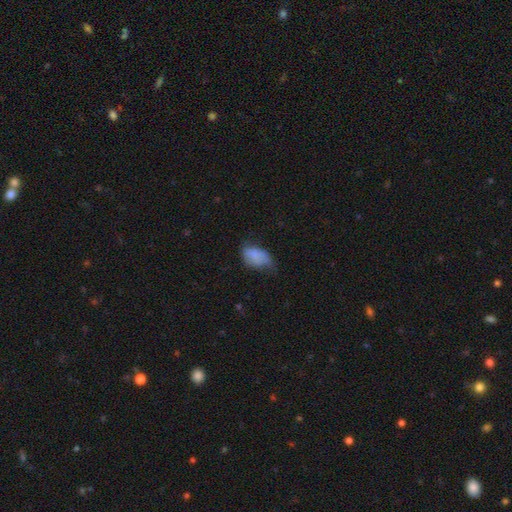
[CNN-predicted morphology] Smooth or featured?
  - smooth: 77% *
  - featured or disk: 15%
  - star or artifact: 8%
How rounded?
  - in between: 90% *
  - round: 8%
  - cigar-shaped: 2%
Merging?
  - minor disturbance: 45% *
  - none: 32%
  - major disturbance: 22%
  - merger: 2%